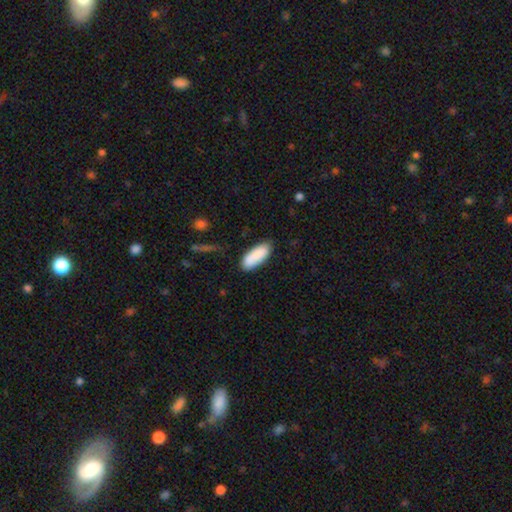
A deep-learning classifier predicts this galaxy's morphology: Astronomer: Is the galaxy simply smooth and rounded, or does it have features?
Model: smooth — 89%.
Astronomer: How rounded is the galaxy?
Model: in between — 77%.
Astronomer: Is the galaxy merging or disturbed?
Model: none — 82%.